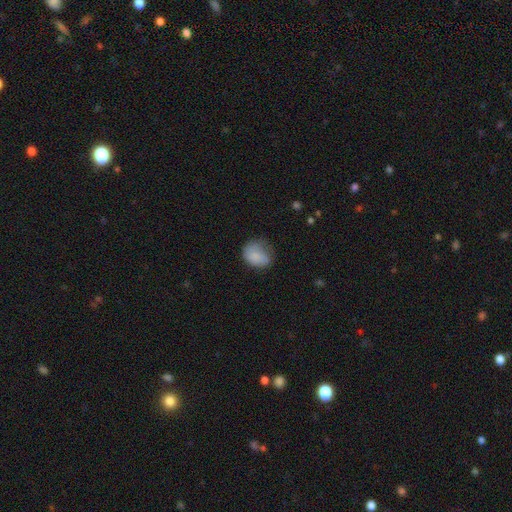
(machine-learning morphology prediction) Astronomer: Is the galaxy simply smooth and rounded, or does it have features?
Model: smooth — 81%.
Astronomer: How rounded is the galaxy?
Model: in between — 50% (runner-up: round, 49%).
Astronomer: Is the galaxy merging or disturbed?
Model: none — 44% (runner-up: minor disturbance, 35%).